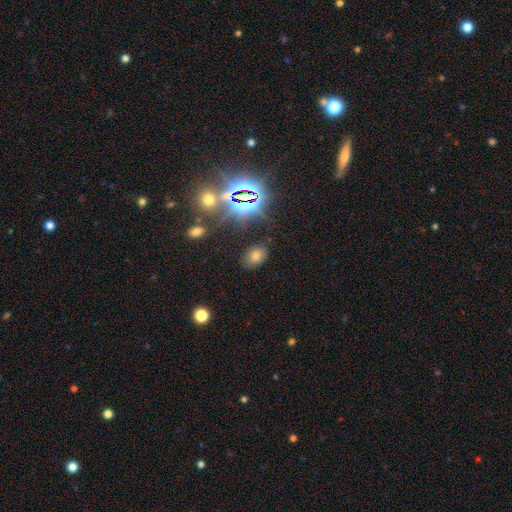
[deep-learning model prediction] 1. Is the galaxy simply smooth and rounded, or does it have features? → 56% smooth, 32% star or artifact, 12% featured or disk.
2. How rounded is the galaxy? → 80% in between, 18% round, 2% cigar-shaped.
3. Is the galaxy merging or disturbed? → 83% none, 10% minor disturbance, 4% major disturbance, 2% merger.